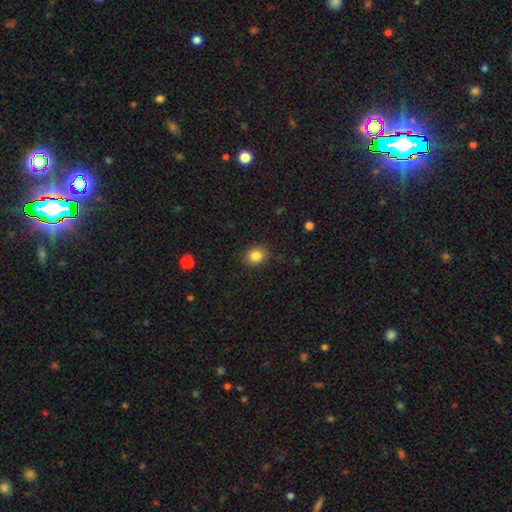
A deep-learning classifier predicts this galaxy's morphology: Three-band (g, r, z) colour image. It shows a smooth galaxy with no disk features (85%) that is round (53%). Merging: none (85%).